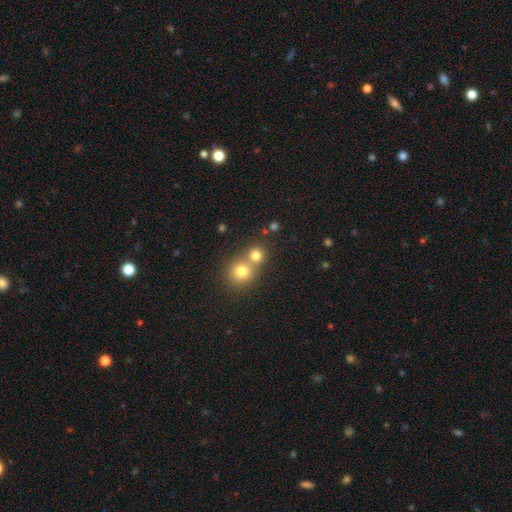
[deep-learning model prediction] A smooth galaxy with no disk features (78%) that is round (86%). Merging: none (47%).